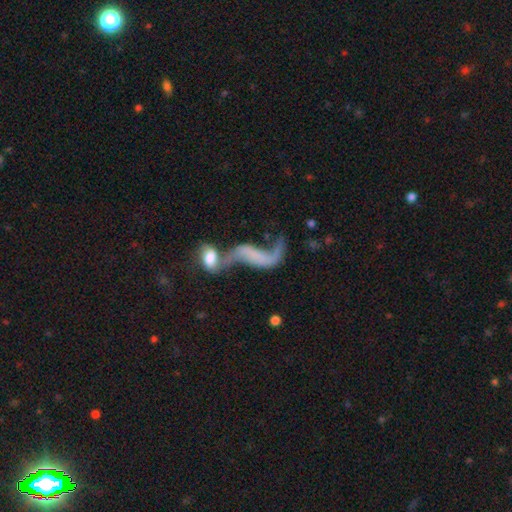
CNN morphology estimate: Smooth or featured: featured or disk — 72% (smooth — 18%)
Edge-on disk: no — 92% (yes — 8%)
Bar: no — 56% (weak — 26%)
Spiral arms: yes — 80% (no — 20%)
Spiral winding: loose — 92% (medium — 6%)
Spiral arm count: 2 — 76% (1 — 18%)
Bulge size: none — 61% (small — 23%)
Merging: merger — 52% (none — 21%)